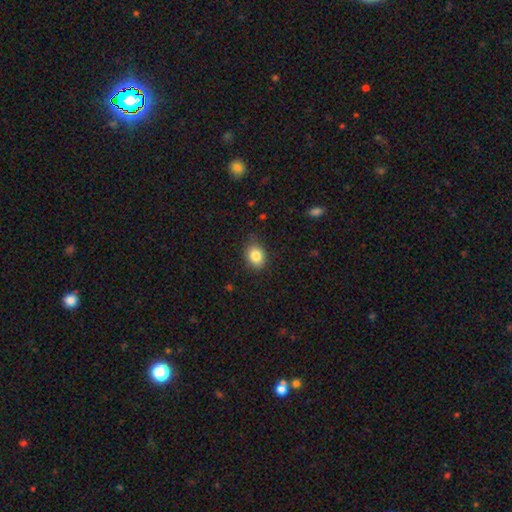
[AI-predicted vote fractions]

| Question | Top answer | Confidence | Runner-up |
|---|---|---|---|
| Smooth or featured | smooth | 85% | star or artifact (9%) |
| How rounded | in between | 57% | round (42%) |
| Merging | none | 82% | minor disturbance (14%) |